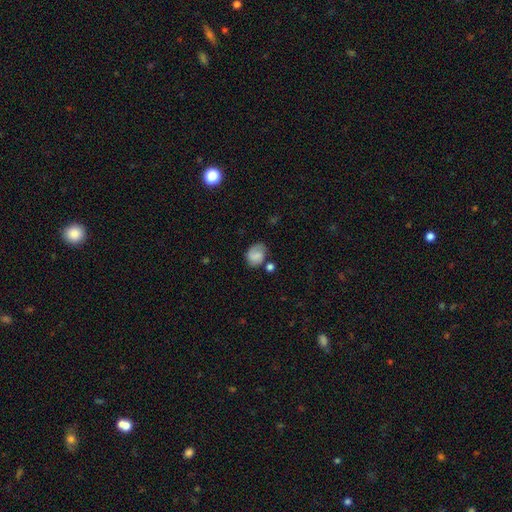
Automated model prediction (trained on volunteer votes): Smooth or featured?
  - smooth: 68% *
  - featured or disk: 22%
  - star or artifact: 10%
How rounded?
  - in between: 50% *
  - round: 49%
  - cigar-shaped: 1%
Merging?
  - none: 54% *
  - minor disturbance: 27%
  - major disturbance: 10%
  - merger: 9%